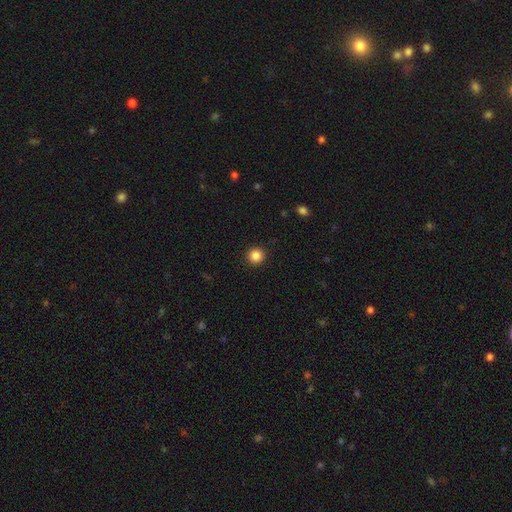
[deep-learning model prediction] Overall: smooth (86%). How rounded: round (94%). Merging: none (92%).